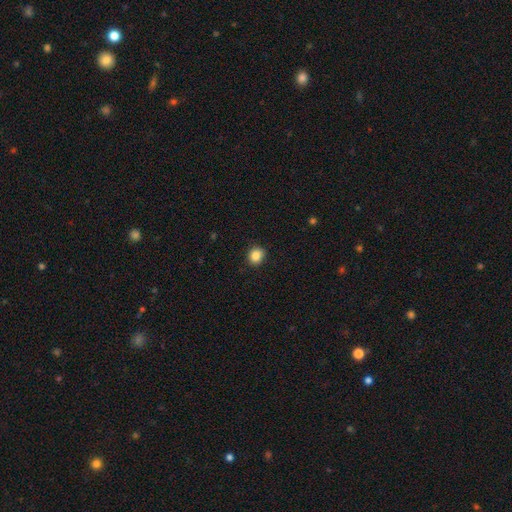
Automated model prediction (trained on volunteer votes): Smooth or featured?
  - smooth: 85% *
  - star or artifact: 10%
  - featured or disk: 4%
How rounded?
  - round: 77% *
  - in between: 22%
  - cigar-shaped: 1%
Merging?
  - none: 89% *
  - minor disturbance: 8%
  - major disturbance: 2%
  - merger: 1%